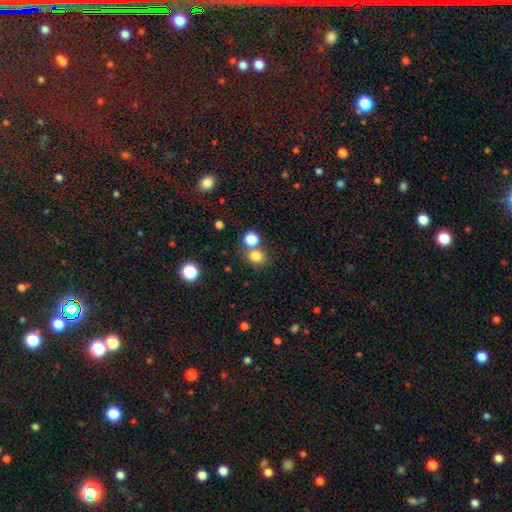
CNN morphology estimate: Smooth or featured: smooth — 78% (star or artifact — 16%)
How rounded: round — 76% (in between — 23%)
Merging: none — 65% (merger — 23%)